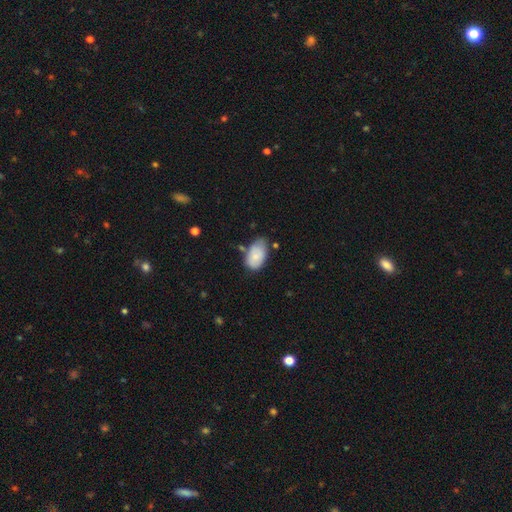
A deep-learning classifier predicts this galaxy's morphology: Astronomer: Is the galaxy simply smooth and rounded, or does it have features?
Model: smooth — 76%.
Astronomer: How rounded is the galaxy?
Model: in between — 93%.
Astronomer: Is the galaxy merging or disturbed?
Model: none — 50% (runner-up: minor disturbance, 35%).